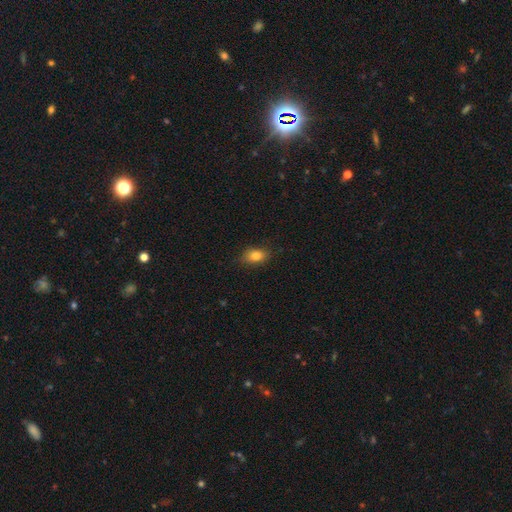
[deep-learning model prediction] Overall: smooth (83%). How rounded: in between (82%). Merging: none (81%).